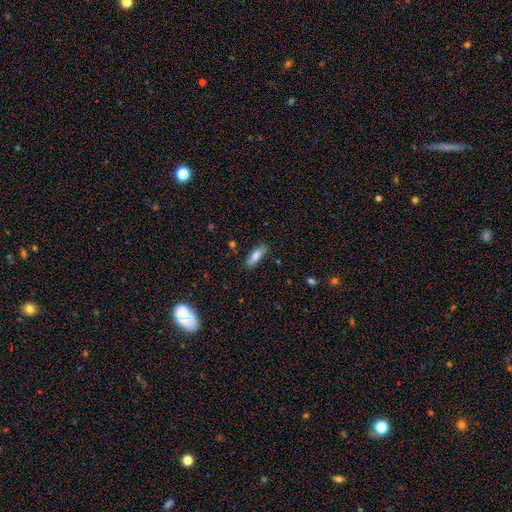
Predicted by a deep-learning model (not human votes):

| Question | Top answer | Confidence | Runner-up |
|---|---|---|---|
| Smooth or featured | smooth | 79% | featured or disk (14%) |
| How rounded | in between | 60% | cigar-shaped (38%) |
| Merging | none | 81% | minor disturbance (15%) |